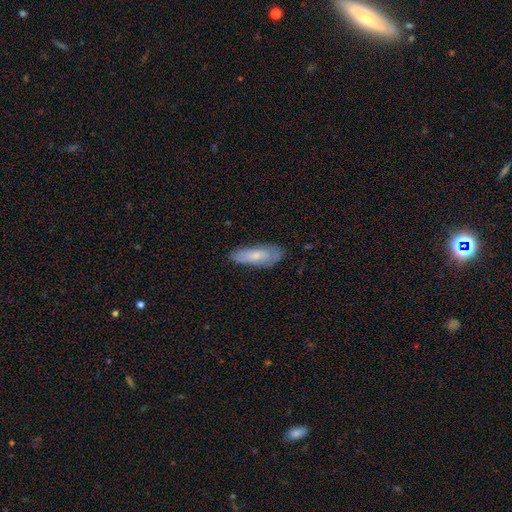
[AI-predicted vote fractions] This appears to be a smooth galaxy with no disk features (67%) that is in between round and cigar-shaped (60%). Merging: none (76%).